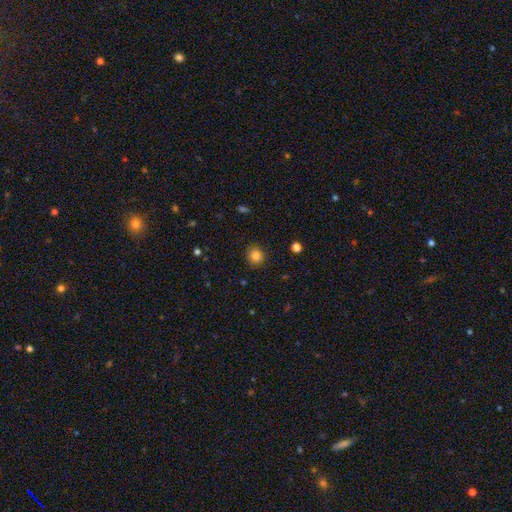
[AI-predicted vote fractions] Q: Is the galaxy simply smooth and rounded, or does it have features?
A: smooth — 84%.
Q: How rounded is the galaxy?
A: round — 89%.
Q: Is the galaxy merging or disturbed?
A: none — 90%.